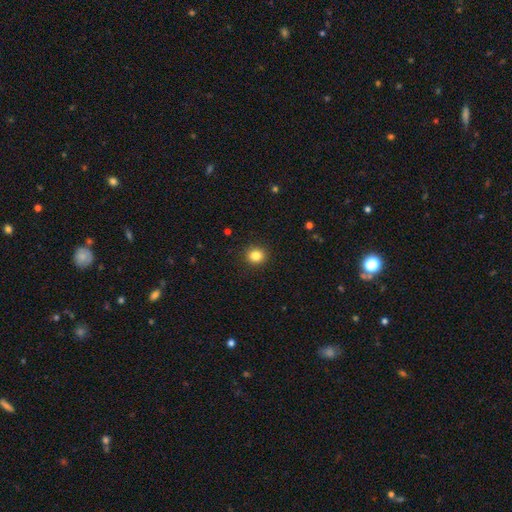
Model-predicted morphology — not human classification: Overall: smooth (84%). How rounded: round (88%). Merging: none (92%).